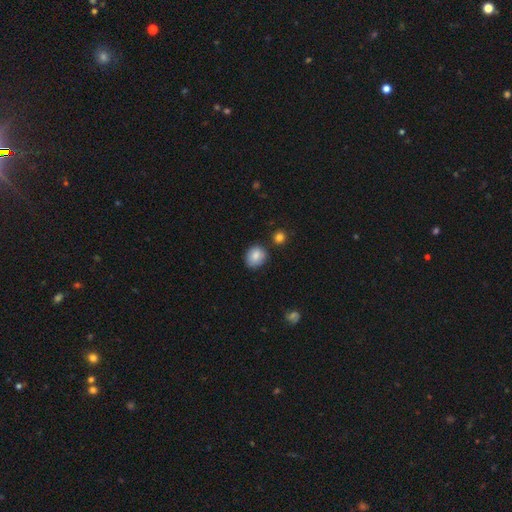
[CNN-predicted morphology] Smooth or featured: smooth — 85% (star or artifact — 8%)
How rounded: round — 62% (in between — 37%)
Merging: none — 73% (minor disturbance — 18%)